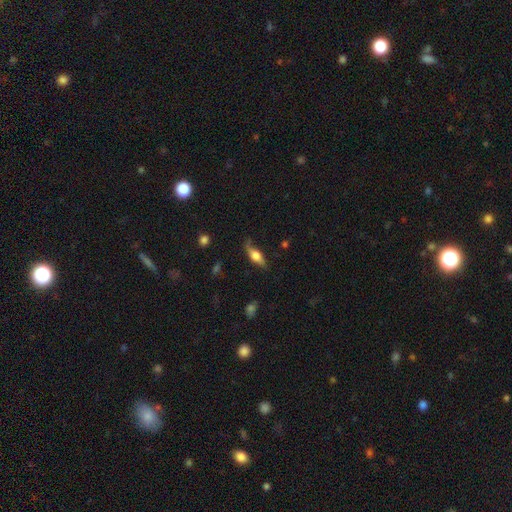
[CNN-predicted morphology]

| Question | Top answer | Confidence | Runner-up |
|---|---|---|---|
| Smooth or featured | smooth | 47% | featured or disk (46%) |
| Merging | none | 65% | minor disturbance (25%) |